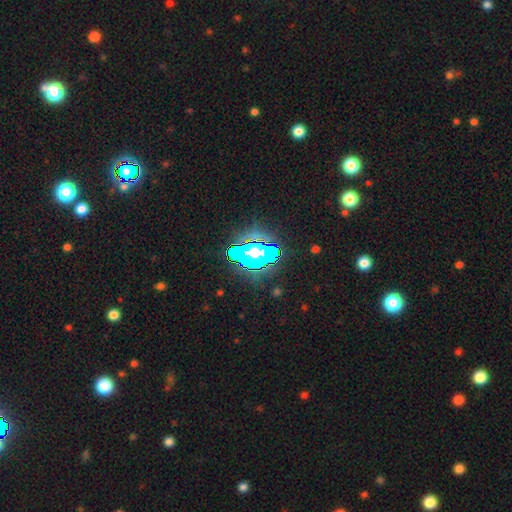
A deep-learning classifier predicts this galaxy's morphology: star or artifact 52%, smooth 25%, featured or disk 23%.